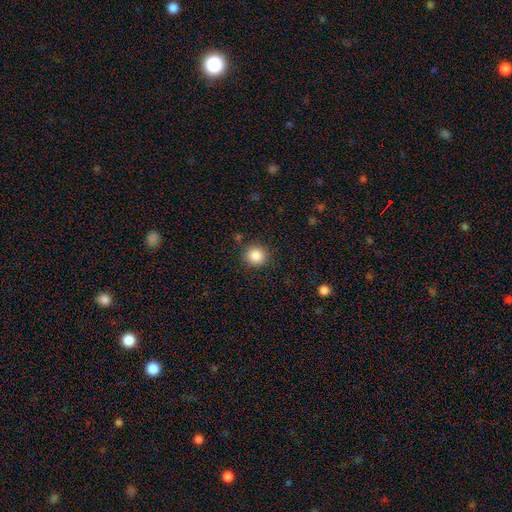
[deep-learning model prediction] Overall: smooth (86%). How rounded: round (90%). Merging: none (88%).